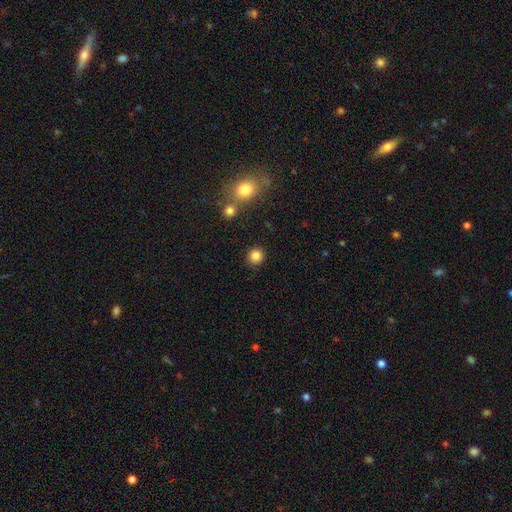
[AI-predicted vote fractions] smooth 84%, star or artifact 11%, featured or disk 5%. Down the decision tree: how rounded — round (92%); merging — none (89%).